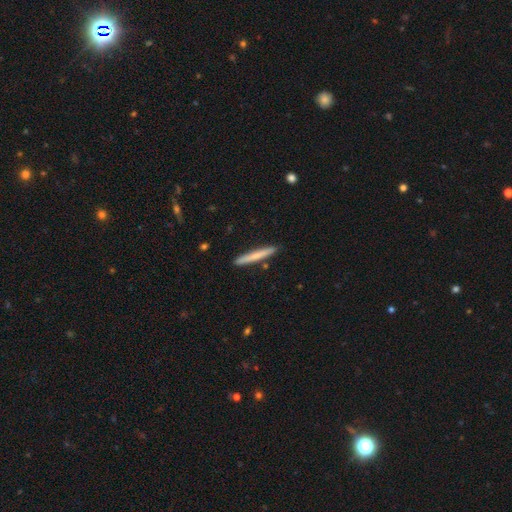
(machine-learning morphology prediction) smooth-or-featured: smooth: 66% | featured or disk: 29% | star or artifact: 5%
  how-rounded: cigar-shaped: 97% | in between: 2% | round: 1%
  merging: none: 90% | minor disturbance: 7% | merger: 2% | major disturbance: 1%